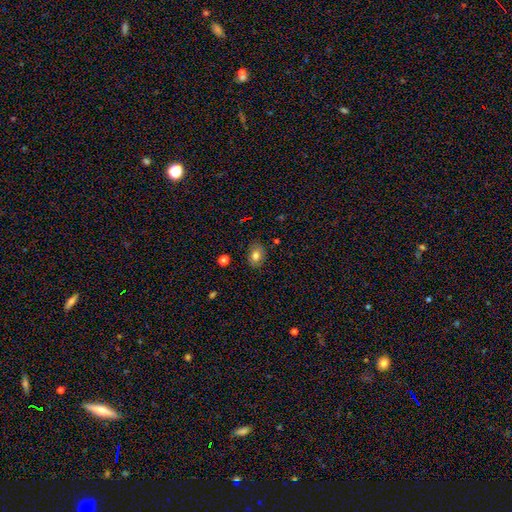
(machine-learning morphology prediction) Overall: smooth (78%). How rounded: in between (74%). Merging: none (83%).